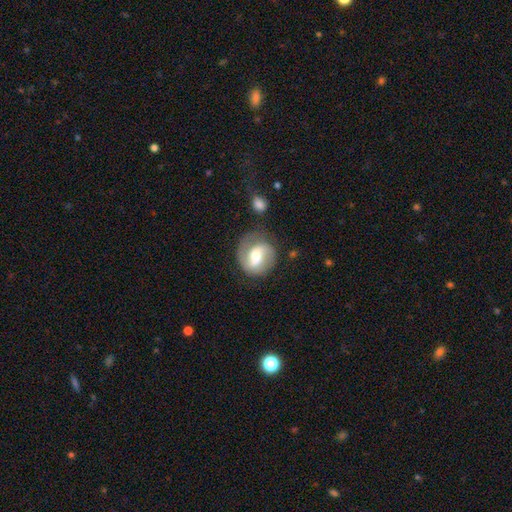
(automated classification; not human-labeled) Q: Smooth or featured?
A: featured or disk (73%); runner-up: smooth (22%)
Q: Edge-on disk?
A: no (97%); runner-up: yes (3%)
Q: Bar?
A: weak (45%); runner-up: strong (32%)
Q: Spiral arms?
A: yes (90%); runner-up: no (10%)
Q: Spiral winding?
A: medium (49%); runner-up: loose (27%)
Q: Spiral arm count?
A: 2 (84%); runner-up: 1 (8%)
Q: Bulge size?
A: moderate (64%); runner-up: small (23%)
Q: Merging?
A: none (71%); runner-up: minor disturbance (17%)